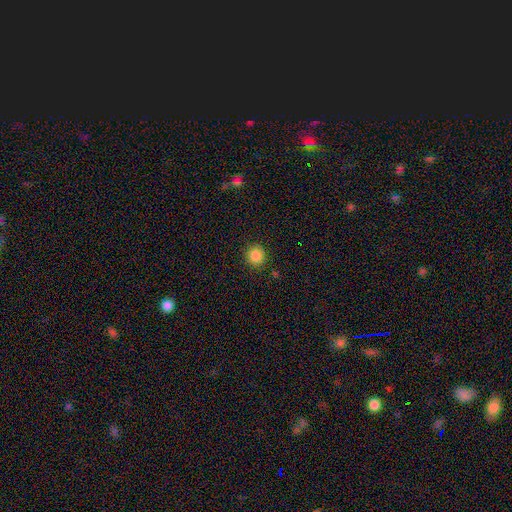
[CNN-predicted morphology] The model was most divided on "smooth or featured": smooth: 86%, star or artifact: 11%, featured or disk: 4%. More confident: how rounded — round (91%); merging — none (90%).